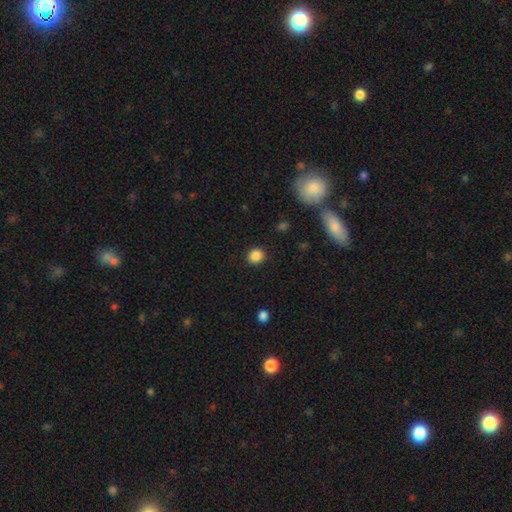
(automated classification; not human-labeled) A smooth galaxy with no disk features (86%) that is round (81%). Merging: none (90%).